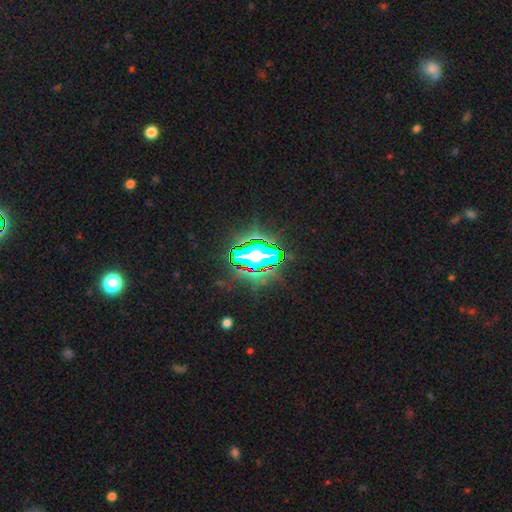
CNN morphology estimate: This appears to be a star or artifact, not a galaxy (72%).